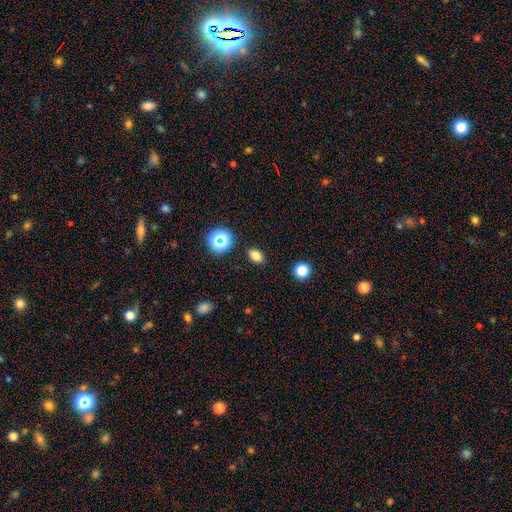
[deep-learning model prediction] Overall: smooth (77%). How rounded: in between (75%). Merging: none (88%).